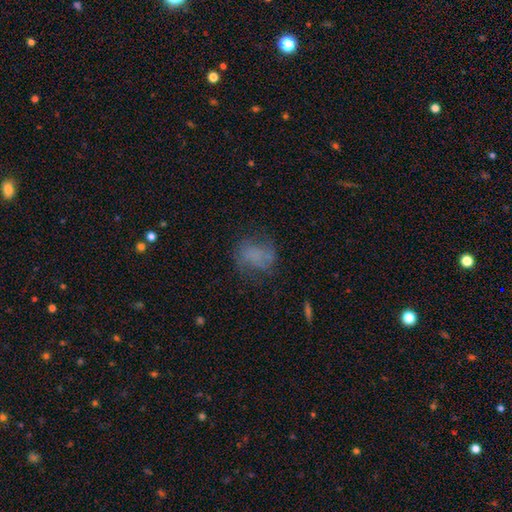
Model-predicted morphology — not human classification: Overall: smooth (52%; featured or disk 33%). How rounded: in between (50%; round 49%). Merging: none (55%; minor disturbance 23%).